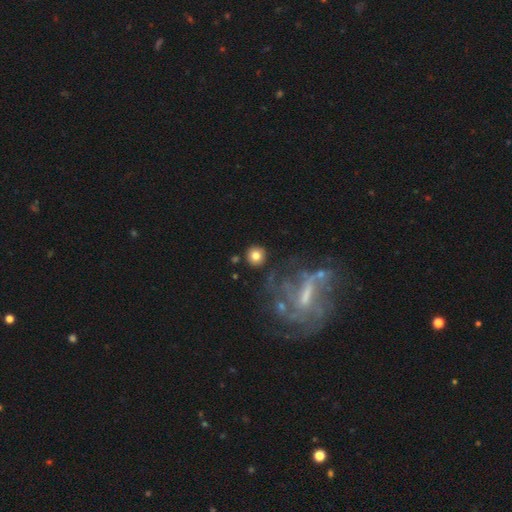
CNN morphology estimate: Smooth or featured? smooth (77%)
How rounded? round (92%)
Merging? none (83%)